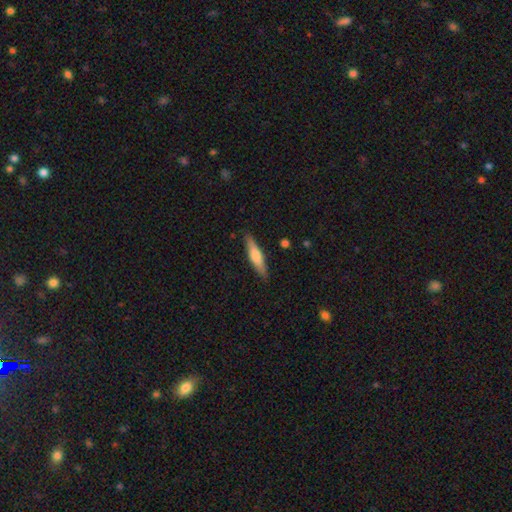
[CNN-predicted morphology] Smooth or featured? smooth (57%)
How rounded? cigar-shaped (83%)
Merging? none (88%)